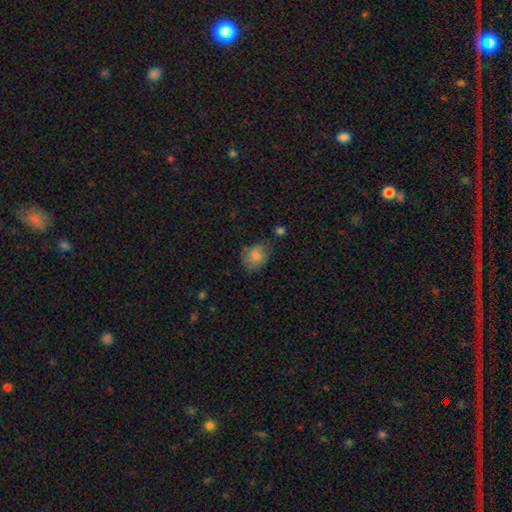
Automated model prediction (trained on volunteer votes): Smooth or featured?
  - smooth: 80% *
  - featured or disk: 12%
  - star or artifact: 9%
How rounded?
  - in between: 55% *
  - round: 44%
  - cigar-shaped: 1%
Merging?
  - none: 57% *
  - minor disturbance: 29%
  - major disturbance: 10%
  - merger: 4%